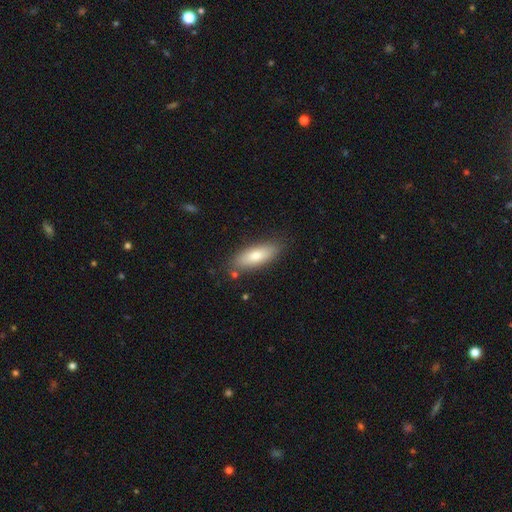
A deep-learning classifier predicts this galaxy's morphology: smooth_or_featured: smooth (p=0.75) [alt: featured or disk p=0.18]
how_rounded: in between (p=0.66) [alt: cigar-shaped p=0.32]
merging: none (p=0.83) [alt: minor disturbance p=0.12]